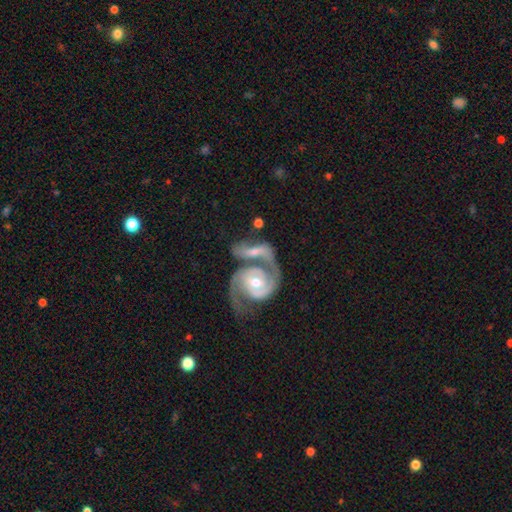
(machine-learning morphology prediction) featured or disk 87%, smooth 8%, star or artifact 5%. Down the decision tree: edge-on disk — no (97%); bar — no (51%); spiral arms — yes (95%); spiral arm count — 2 (88%); spiral winding — medium (49%); bulge size — moderate (61%); merging — merger (52%).